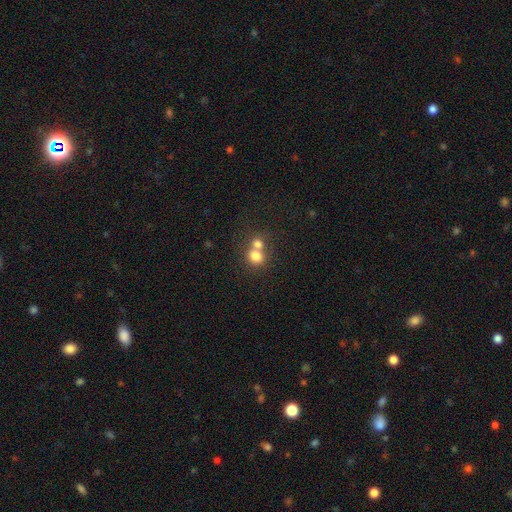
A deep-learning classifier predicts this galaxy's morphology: Smooth or featured: smooth — 77% (featured or disk — 12%)
How rounded: round — 72% (in between — 27%)
Merging: merger — 59% (none — 32%)